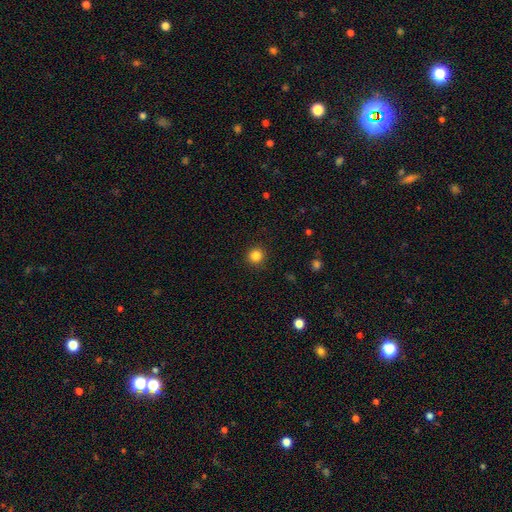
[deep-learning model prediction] smooth 85%, star or artifact 11%, featured or disk 4%. Down the decision tree: how rounded — round (94%); merging — none (92%).